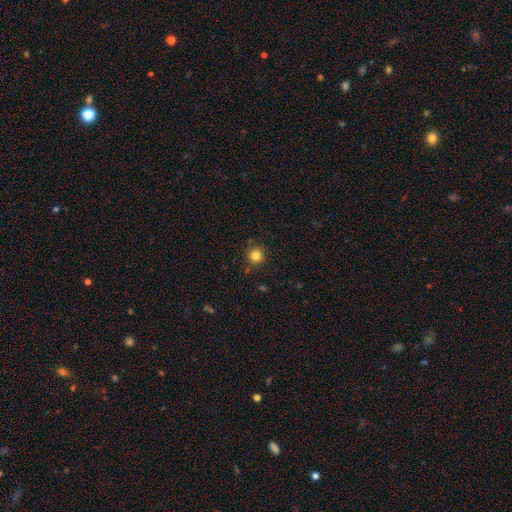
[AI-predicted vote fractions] Smooth or featured? Predicted: smooth (p=0.83). How rounded? Predicted: round (p=0.95). Merging? Predicted: none (p=0.87).